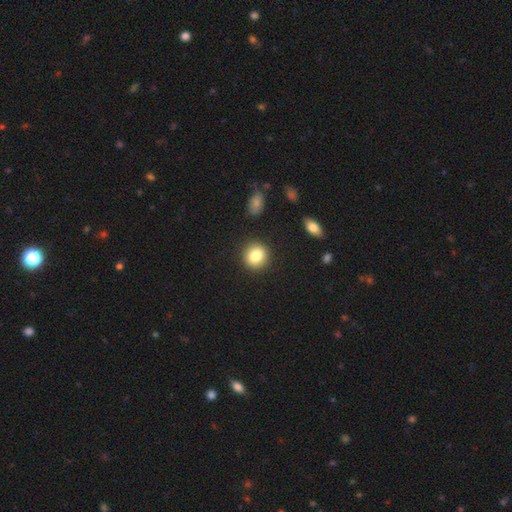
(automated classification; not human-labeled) Overall: smooth (83%). How rounded: round (84%). Merging: none (89%).